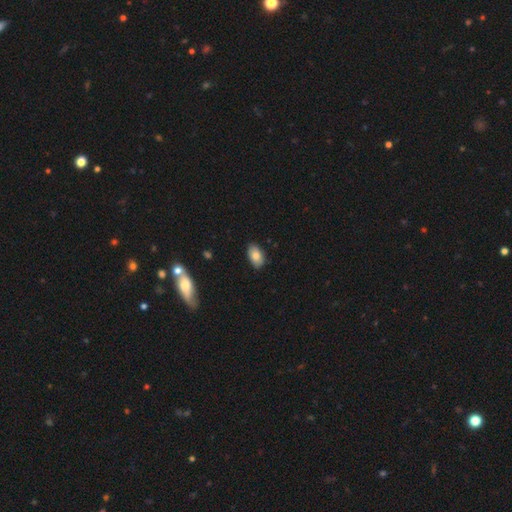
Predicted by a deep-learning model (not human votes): A smooth galaxy with no disk features (82%) that is in between round and cigar-shaped (92%). Merging: none (86%).